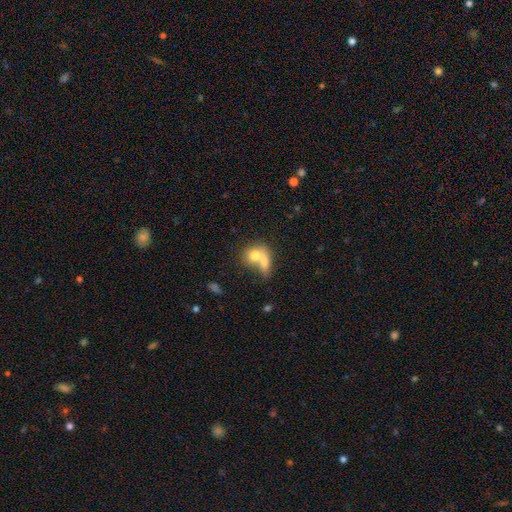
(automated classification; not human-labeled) Overall: smooth (73%). How rounded: round (53%; in between 44%). Merging: merger (67%).